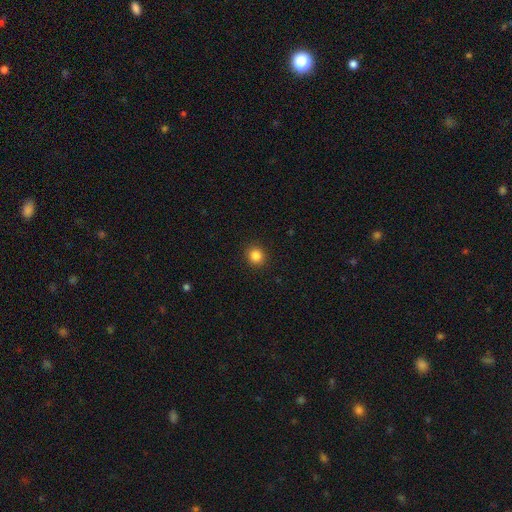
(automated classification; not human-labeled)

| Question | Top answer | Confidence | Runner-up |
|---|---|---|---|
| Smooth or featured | smooth | 85% | star or artifact (11%) |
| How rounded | round | 91% | in between (8%) |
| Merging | none | 92% | minor disturbance (5%) |